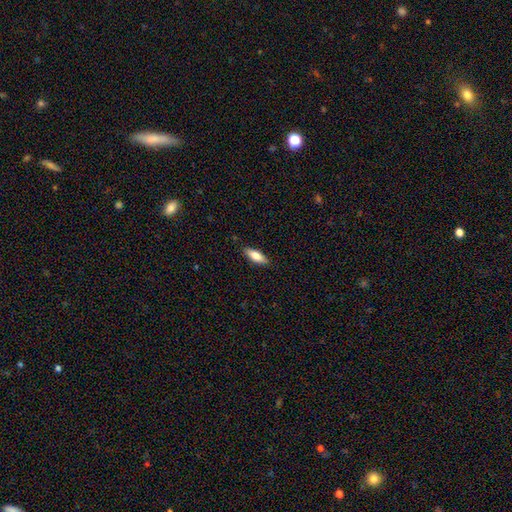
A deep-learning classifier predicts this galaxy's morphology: This is likely a smooth galaxy (77%). How rounded: likely in between (63%). Merging: clearly none (88%).